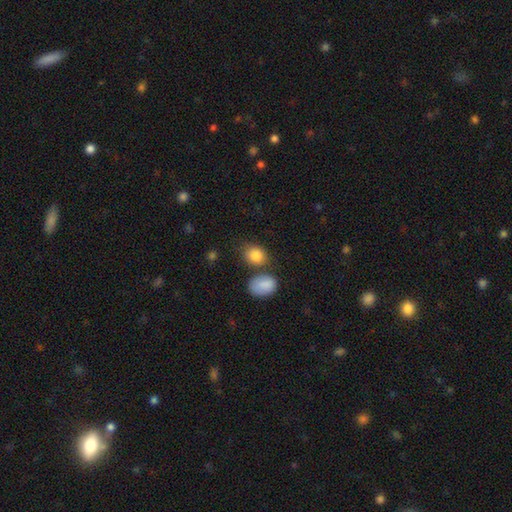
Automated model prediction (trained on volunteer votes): Smooth or featured? smooth (86%)
How rounded? in between (55%)
Merging? none (61%)